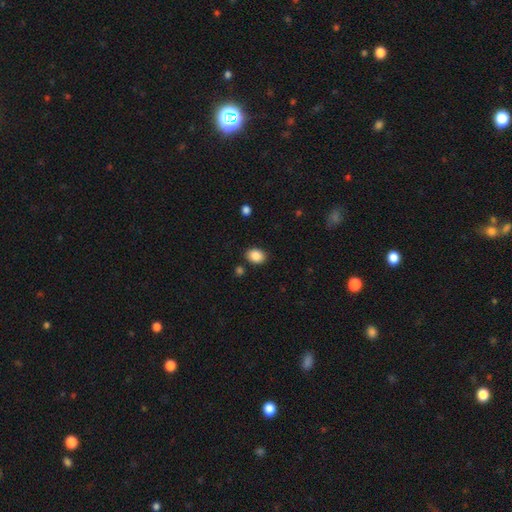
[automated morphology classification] smooth-or-featured: smooth: 88% | star or artifact: 8% | featured or disk: 4%
  how-rounded: in between: 65% | round: 34% | cigar-shaped: 1%
  merging: none: 84% | minor disturbance: 10% | merger: 3% | major disturbance: 3%